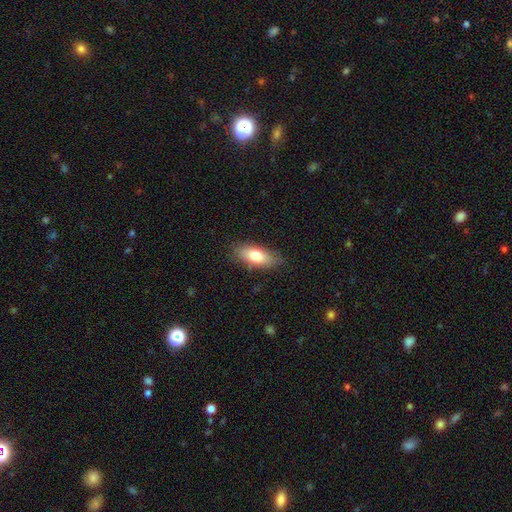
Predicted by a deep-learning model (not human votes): A smooth galaxy with no disk features (77%) that is in between round and cigar-shaped (78%). Merging: none (82%).